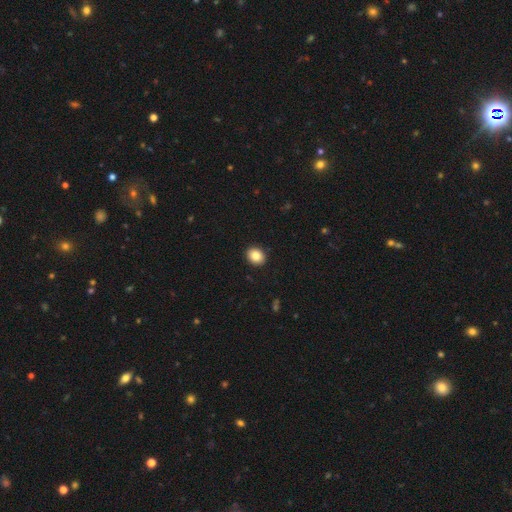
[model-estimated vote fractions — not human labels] Smooth or featured? smooth (85%)
How rounded? round (57%)
Merging? none (92%)